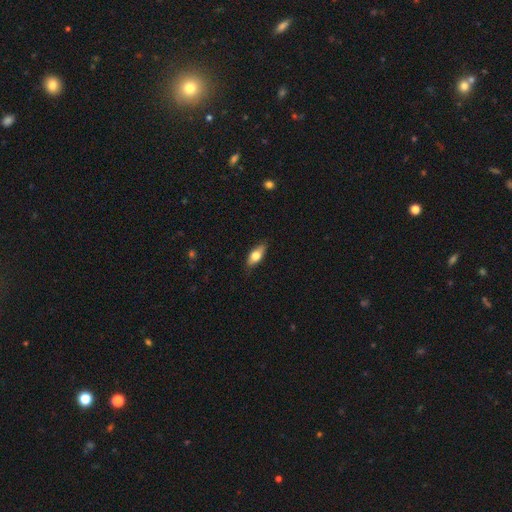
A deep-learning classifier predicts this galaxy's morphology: smooth 64%, featured or disk 29%, star or artifact 6%. Down the decision tree: how rounded — in between (73%); merging — none (84%).